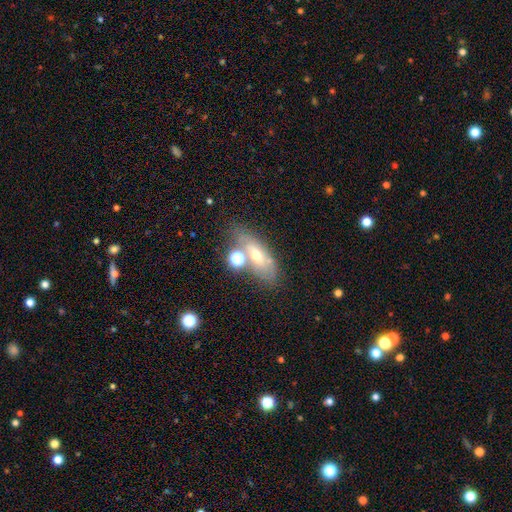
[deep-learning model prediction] Smooth or featured: smooth — 44% (featured or disk — 42%)
Merging: none — 56% (merger — 18%)